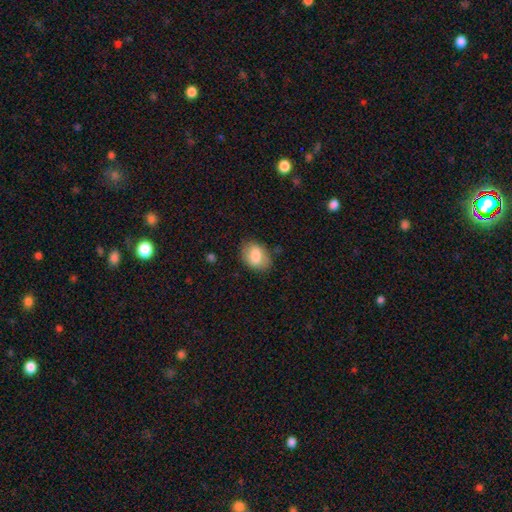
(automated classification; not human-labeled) The model was most divided on "merging": none: 74%, minor disturbance: 19%, major disturbance: 5%, merger: 2%. More confident: smooth or featured — smooth (79%); how rounded — in between (78%).